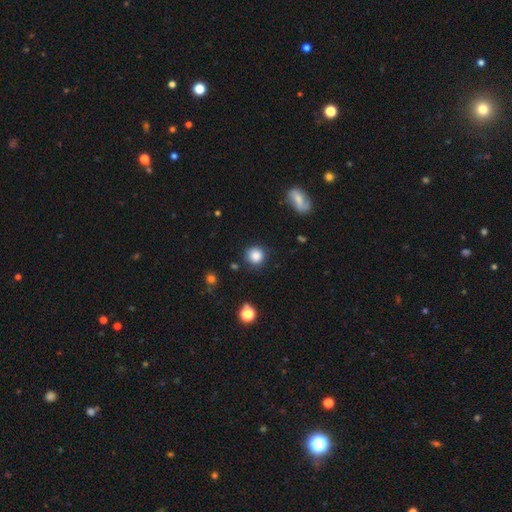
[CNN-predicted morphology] Smooth or featured: smooth — 85% (star or artifact — 11%)
How rounded: round — 92% (in between — 7%)
Merging: none — 85% (minor disturbance — 10%)